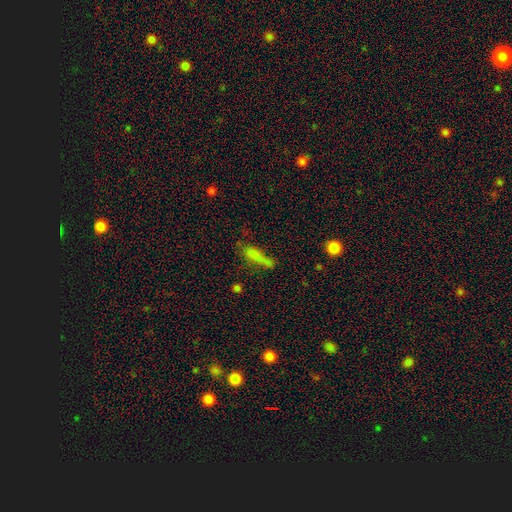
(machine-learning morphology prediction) This is likely a smooth galaxy (69%). How rounded: likely cigar-shaped (68%). Merging: marginally none (45%).